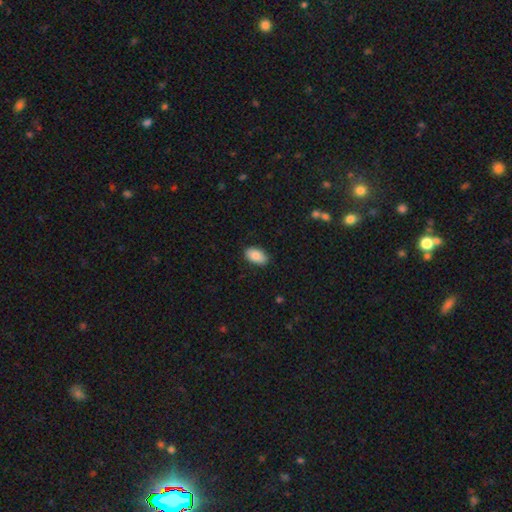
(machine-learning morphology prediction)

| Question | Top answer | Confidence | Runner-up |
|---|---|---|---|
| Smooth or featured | smooth | 86% | star or artifact (7%) |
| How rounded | in between | 94% | round (5%) |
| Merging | none | 86% | minor disturbance (11%) |